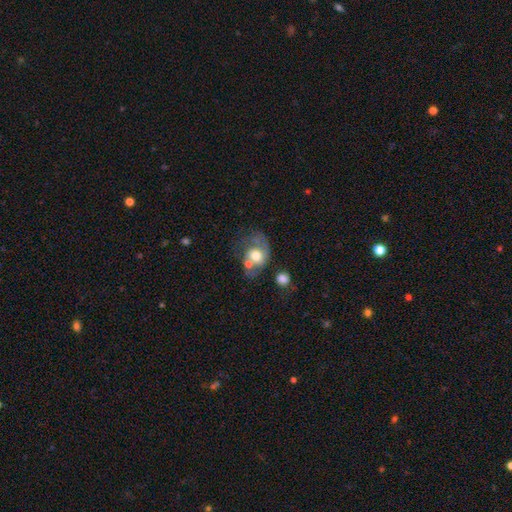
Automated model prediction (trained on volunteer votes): Q: Smooth or featured?
A: featured or disk (46%); tied with: smooth (46%)
Q: Merging?
A: merger (30%); runner-up: none (29%)